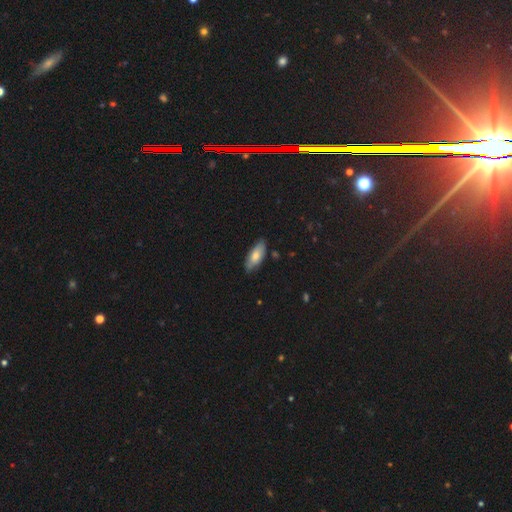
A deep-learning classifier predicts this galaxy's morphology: Smooth or featured? smooth (73%)
How rounded? in between (82%)
Merging? none (80%)